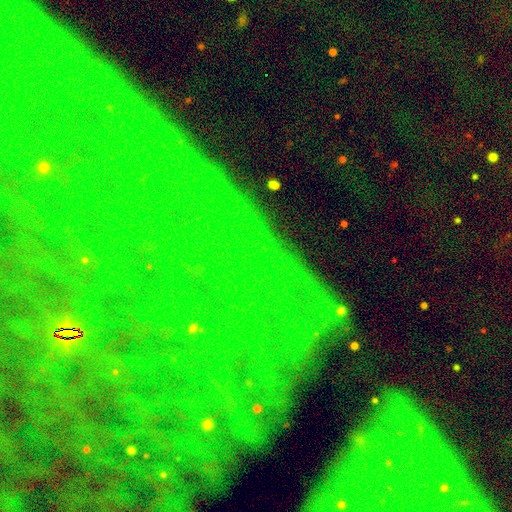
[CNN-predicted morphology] Smooth or featured? star or artifact (84%)